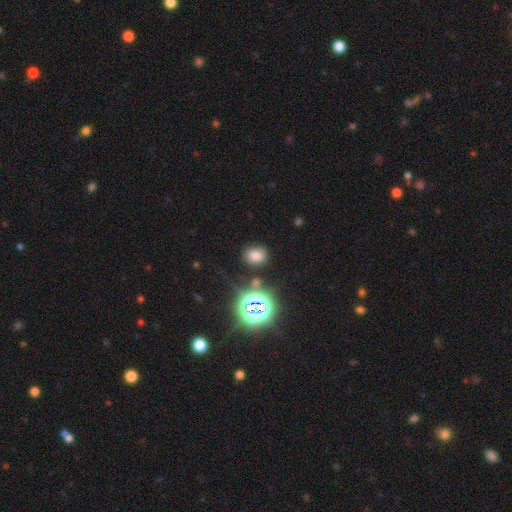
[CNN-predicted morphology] This is likely a smooth galaxy (68%). How rounded: possibly in between (50%). Merging: clearly none (82%).